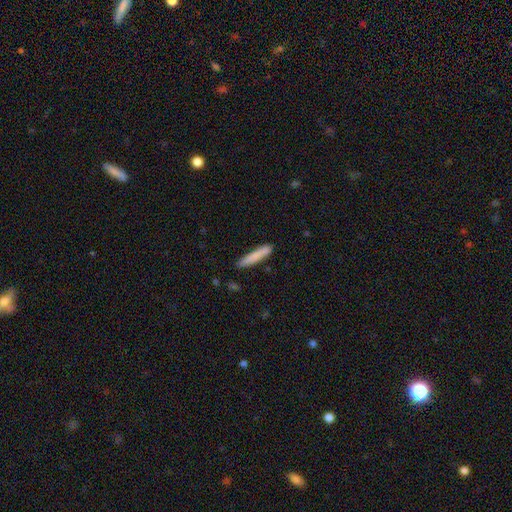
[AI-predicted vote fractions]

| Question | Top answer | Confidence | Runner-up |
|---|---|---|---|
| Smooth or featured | smooth | 81% | featured or disk (13%) |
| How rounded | cigar-shaped | 91% | in between (8%) |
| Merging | none | 84% | minor disturbance (11%) |